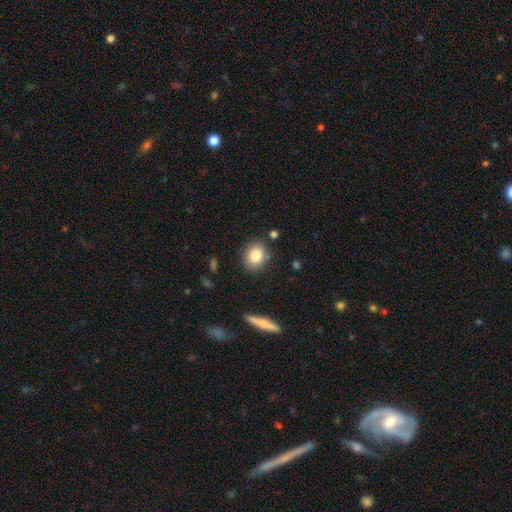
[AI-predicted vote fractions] A smooth galaxy with no disk features (81%) that is in between round and cigar-shaped (51%).

Vote fractions:
- Smooth or featured? smooth: 81% / featured or disk: 10% / star or artifact: 9%
- How rounded? in between: 51% / round: 48% / cigar-shaped: 1%
- Merging? none: 83% / minor disturbance: 11% / merger: 3% / major disturbance: 3%